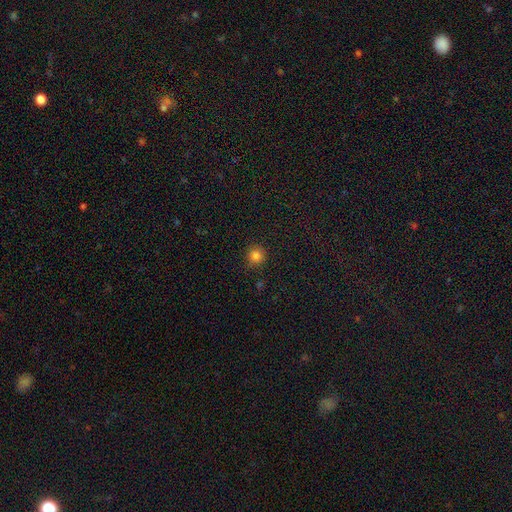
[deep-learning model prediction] Smooth or featured? Predicted: smooth (p=0.83). How rounded? Predicted: round (p=0.93). Merging? Predicted: none (p=0.88).